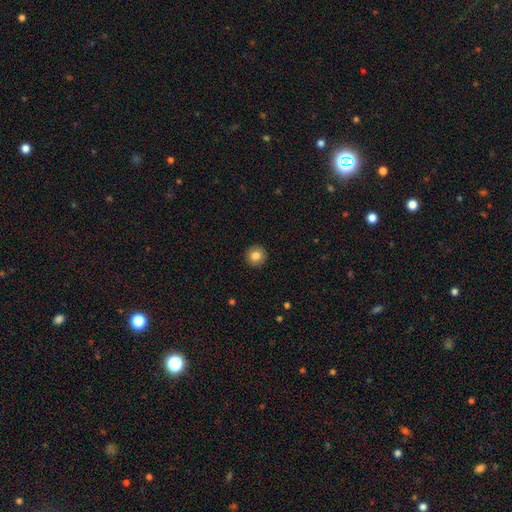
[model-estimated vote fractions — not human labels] This appears to be a smooth galaxy with no disk features (84%) that is round (95%). Merging: none (93%).